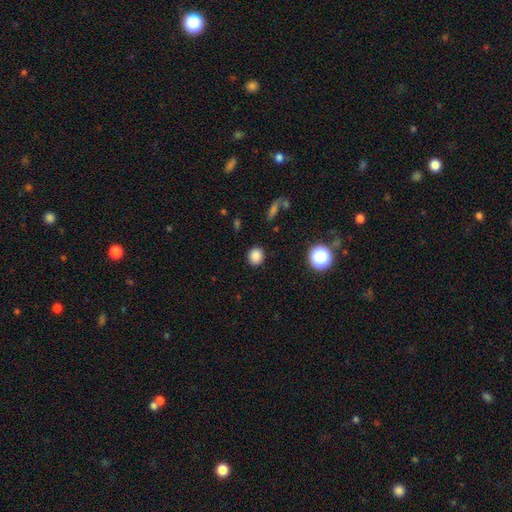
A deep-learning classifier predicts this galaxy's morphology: This is clearly a smooth galaxy (84%). How rounded: clearly round (83%). Merging: clearly none (89%).